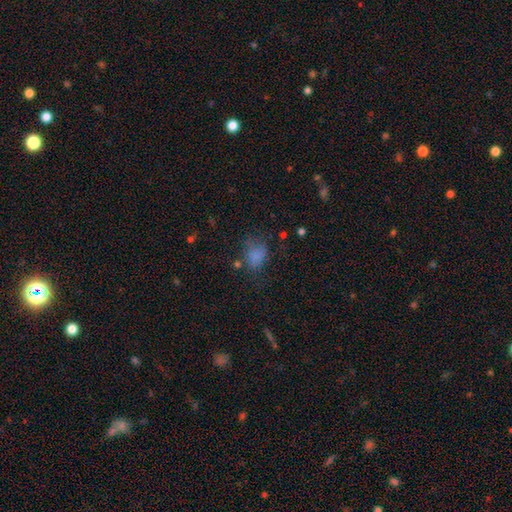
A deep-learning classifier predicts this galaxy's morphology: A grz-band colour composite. It shows a smooth galaxy with no disk features (70%) that is in between round and cigar-shaped (64%). Merging: none (50%).